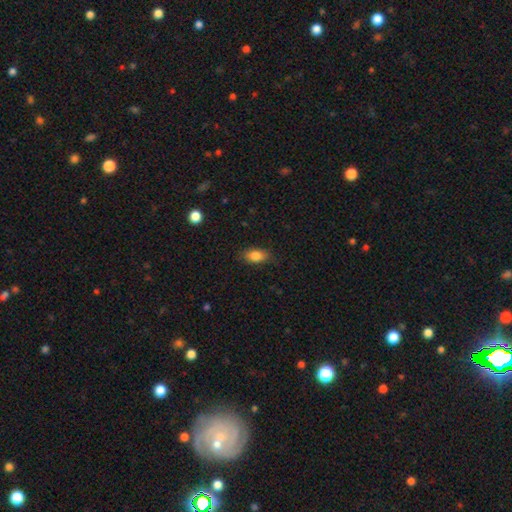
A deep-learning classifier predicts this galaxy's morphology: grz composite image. It shows a smooth galaxy with no disk features (84%) that is in between round and cigar-shaped (87%). Merging: none (81%).